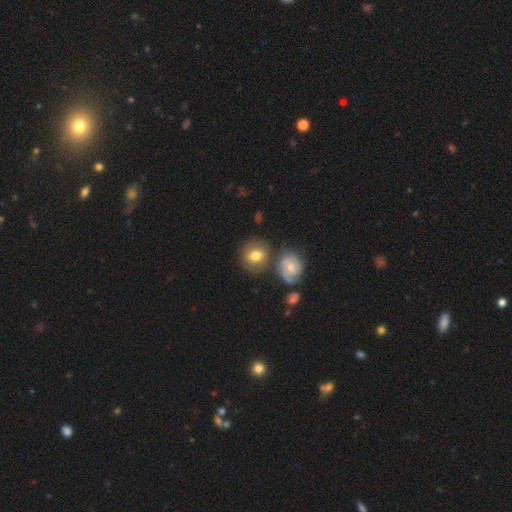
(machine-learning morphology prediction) The model was most divided on "smooth or featured": smooth: 69%, featured or disk: 24%, star or artifact: 7%. More confident: how rounded — round (75%); merging — none (66%).